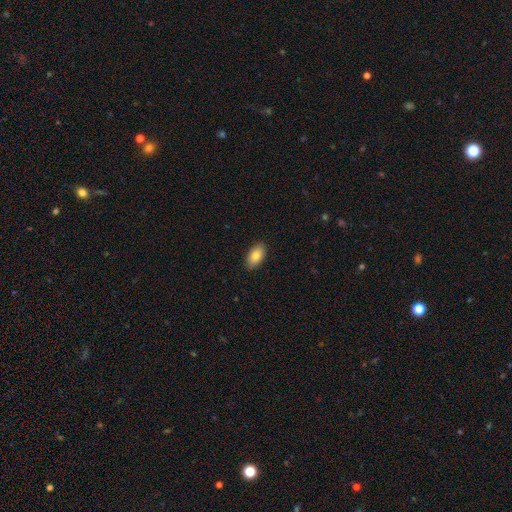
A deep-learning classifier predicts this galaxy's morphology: Q: Smooth or featured?
A: smooth (83%); runner-up: featured or disk (10%)
Q: How rounded?
A: in between (94%); runner-up: round (4%)
Q: Merging?
A: none (89%); runner-up: minor disturbance (8%)